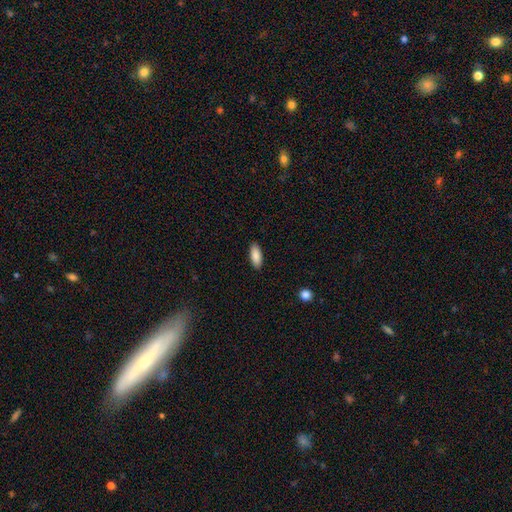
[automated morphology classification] This appears to be a smooth galaxy with no disk features (88%) that is in between round and cigar-shaped (79%). Merging: none (89%).